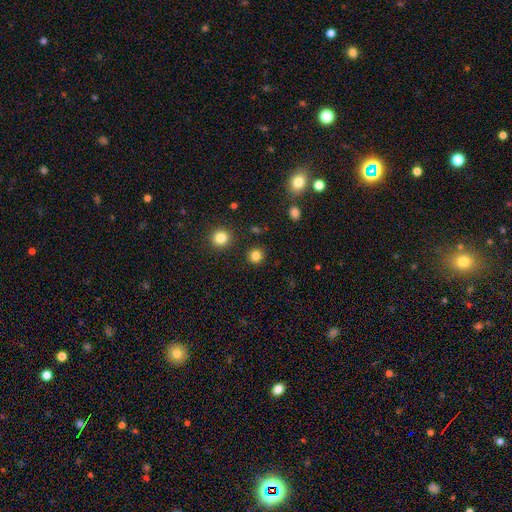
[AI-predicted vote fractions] A smooth galaxy with no disk features (82%) that is round (93%).

Vote fractions:
- Smooth or featured? smooth: 82% / star or artifact: 14% / featured or disk: 4%
- How rounded? round: 93% / in between: 7% / cigar-shaped: 1%
- Merging? none: 90% / minor disturbance: 5% / merger: 2% / major disturbance: 2%